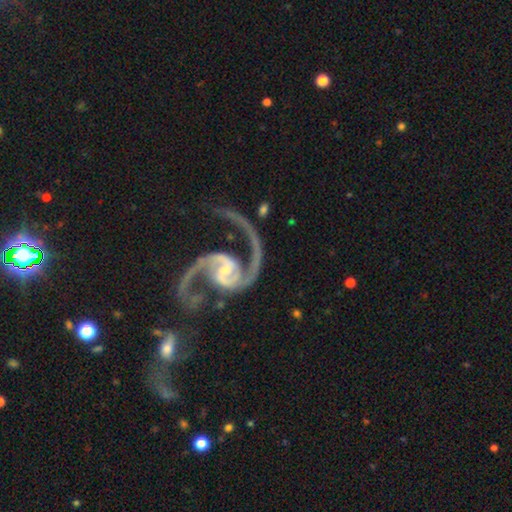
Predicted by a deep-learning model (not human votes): Smooth or featured?
  - featured or disk: 93% *
  - star or artifact: 4%
  - smooth: 2%
Edge-on disk?
  - no: 98% *
  - yes: 2%
Bar?
  - weak: 45% *
  - no: 30%
  - strong: 25%
Spiral arms?
  - yes: 98% *
  - no: 2%
Spiral winding?
  - medium: 53% *
  - loose: 36%
  - tight: 11%
Spiral arm count?
  - 2: 94% *
  - 1: 2%
  - 3: 1%
  - can't tell: 1%
  - 4: 1%
  - more than 4: 1%
Bulge size?
  - small: 63% *
  - moderate: 24%
  - none: 9%
  - large: 3%
  - dominant: 1%
Merging?
  - none: 52% *
  - major disturbance: 18%
  - minor disturbance: 18%
  - merger: 13%